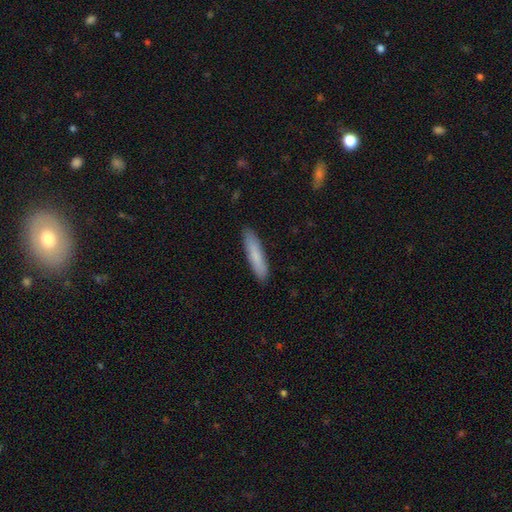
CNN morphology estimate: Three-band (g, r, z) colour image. It shows a smooth galaxy with no disk features (82%) that is cigar-shaped (87%). Merging: none (90%).